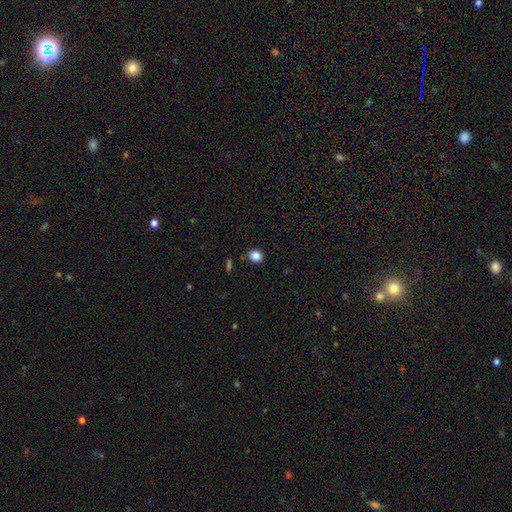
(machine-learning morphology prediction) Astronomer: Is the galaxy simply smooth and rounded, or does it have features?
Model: smooth — 85%.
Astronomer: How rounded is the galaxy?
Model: round — 71%.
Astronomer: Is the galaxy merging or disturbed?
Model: none — 84%.